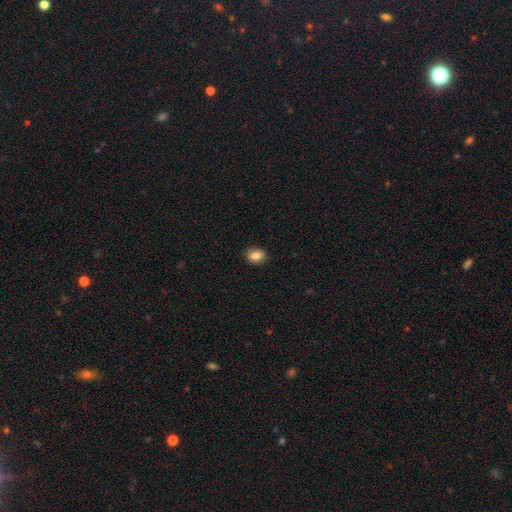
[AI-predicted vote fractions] Morphology: type=smooth (83%); roundness=in between (70%); merging=none (88%).